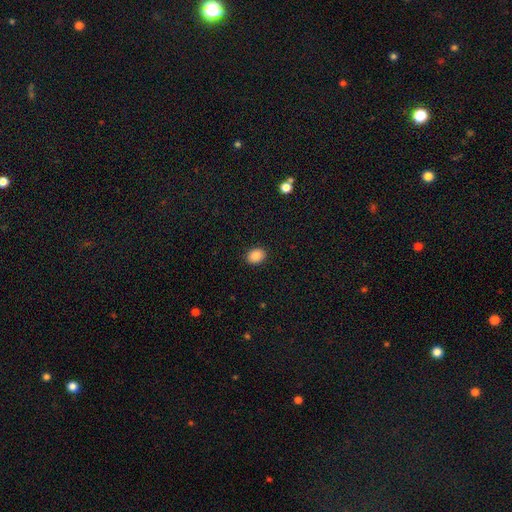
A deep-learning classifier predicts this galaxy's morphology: smooth_or_featured: smooth (p=0.87) [alt: star or artifact p=0.09]
how_rounded: in between (p=0.64) [alt: round p=0.35]
merging: none (p=0.90) [alt: minor disturbance p=0.07]